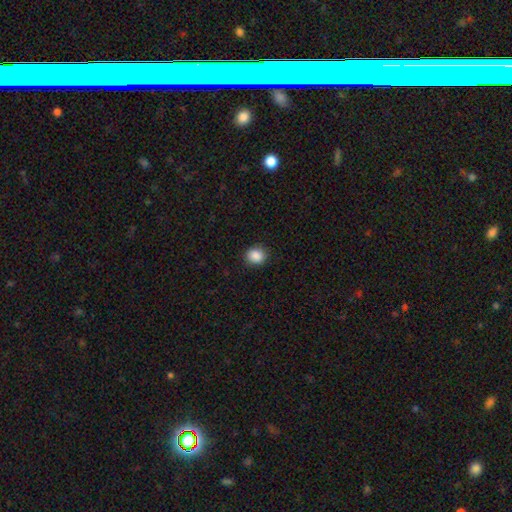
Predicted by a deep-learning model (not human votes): Overall: smooth (88%). How rounded: round (76%). Merging: none (88%).